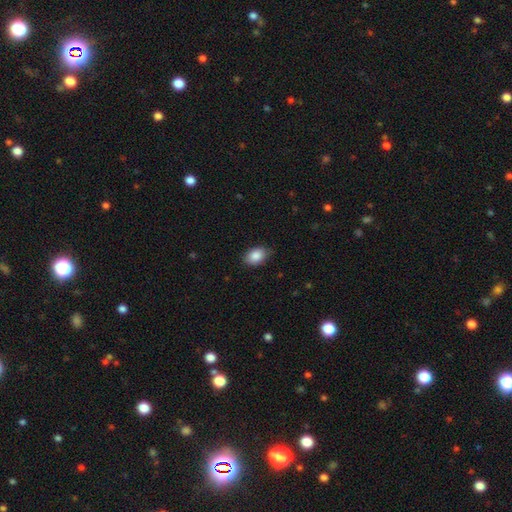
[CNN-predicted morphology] type=smooth (88%); roundness=in between (87%); merging=none (81%).